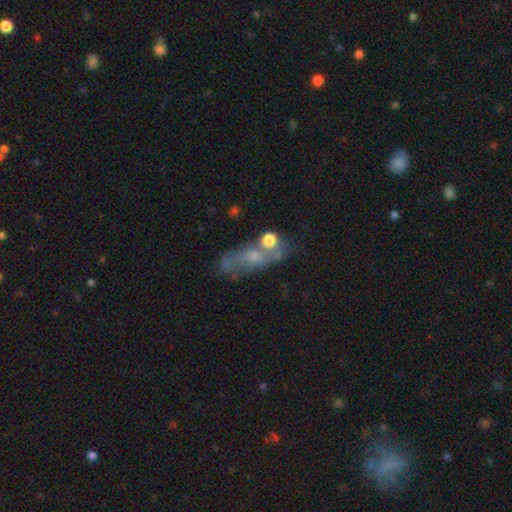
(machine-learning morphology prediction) Q: Smooth or featured?
A: smooth (44%); runner-up: featured or disk (41%)
Q: Merging?
A: none (45%); runner-up: minor disturbance (21%)